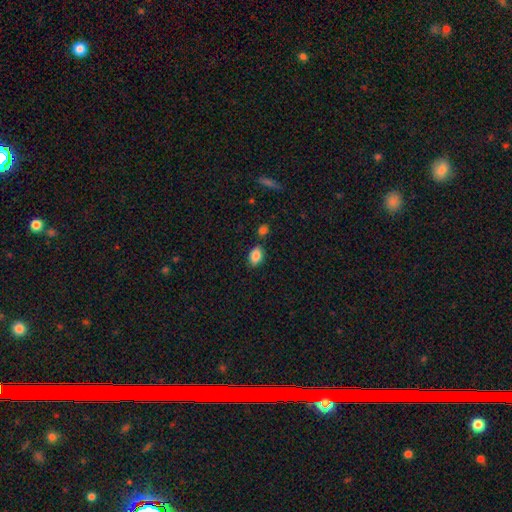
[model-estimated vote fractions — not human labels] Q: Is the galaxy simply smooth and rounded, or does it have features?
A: smooth — 86%.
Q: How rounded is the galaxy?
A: in between — 85%.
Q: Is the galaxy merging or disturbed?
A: none — 77%.